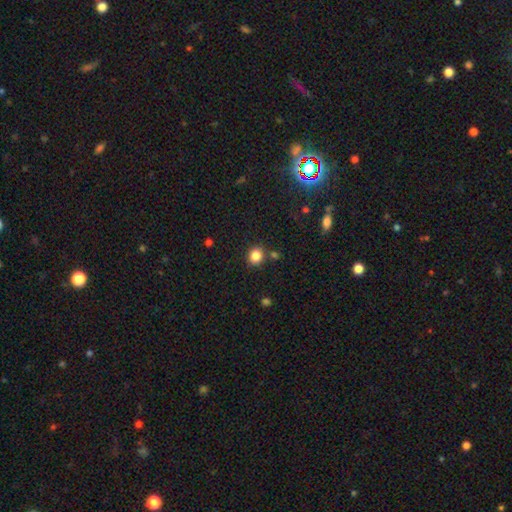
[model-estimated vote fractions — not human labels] A smooth galaxy with no disk features (85%) that is round (72%). Merging: none (81%).